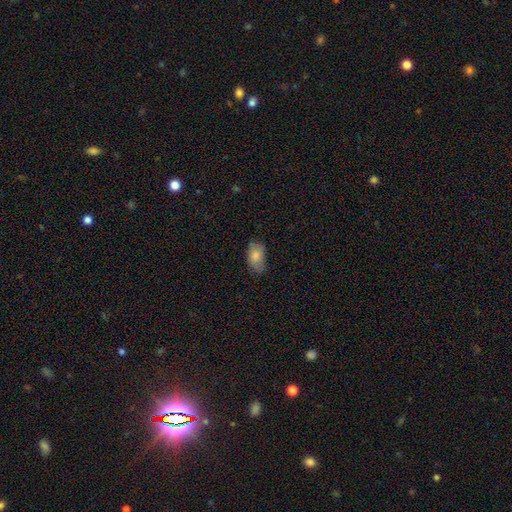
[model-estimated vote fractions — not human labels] Overall: smooth (81%). How rounded: in between (92%). Merging: none (66%; minor disturbance 27%).